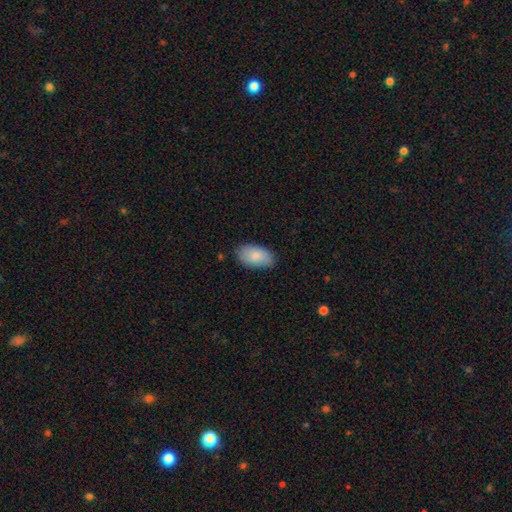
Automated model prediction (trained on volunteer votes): Smooth or featured?
  - smooth: 85% *
  - featured or disk: 10%
  - star or artifact: 6%
How rounded?
  - in between: 94% *
  - round: 4%
  - cigar-shaped: 2%
Merging?
  - none: 82% *
  - minor disturbance: 14%
  - major disturbance: 3%
  - merger: 1%